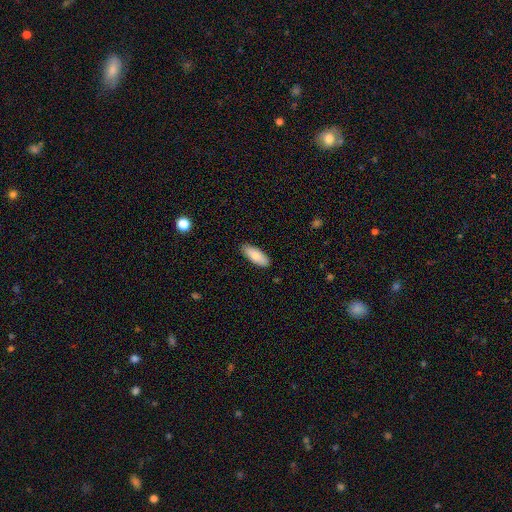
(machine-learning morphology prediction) Q: Smooth or featured?
A: smooth (82%); runner-up: featured or disk (12%)
Q: How rounded?
A: in between (74%); runner-up: cigar-shaped (25%)
Q: Merging?
A: none (88%); runner-up: minor disturbance (9%)